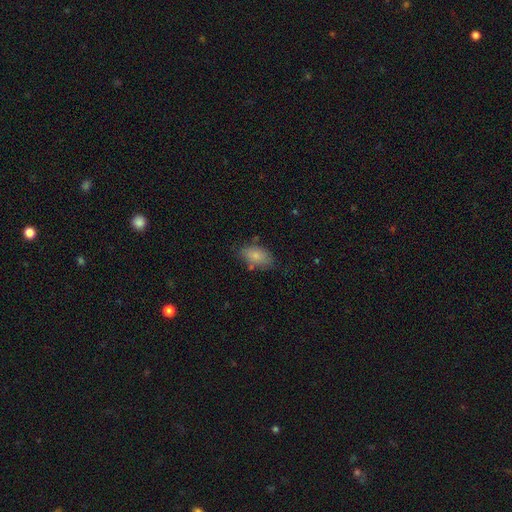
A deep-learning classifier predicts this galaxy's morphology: type=smooth (82%); roundness=in between (92%); merging=none (70%).